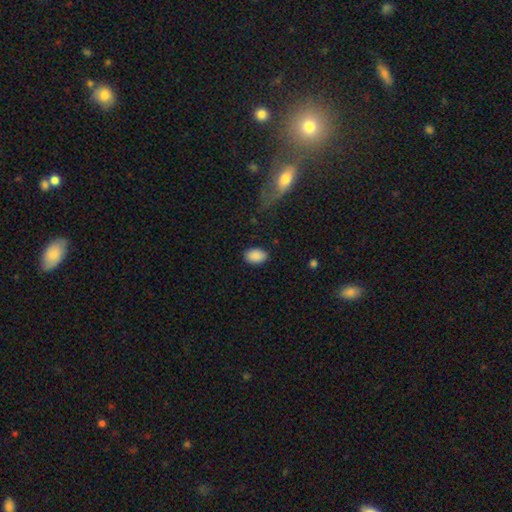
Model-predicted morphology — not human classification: The model was most divided on "merging": none: 84%, minor disturbance: 12%, major disturbance: 3%, merger: 1%. More confident: smooth or featured — smooth (89%); how rounded — in between (87%).